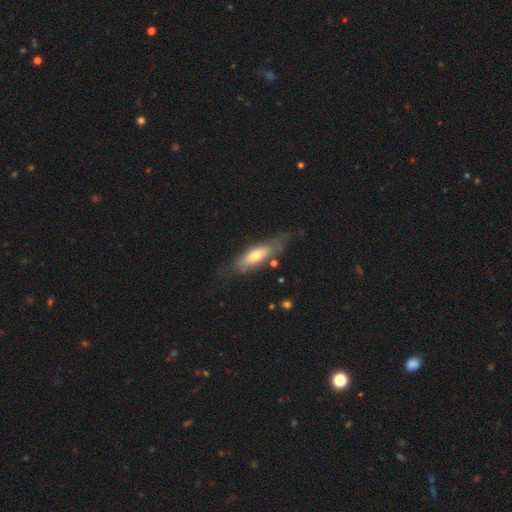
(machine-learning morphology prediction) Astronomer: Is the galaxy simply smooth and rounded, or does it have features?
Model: featured or disk — 48% (runner-up: smooth, 46%).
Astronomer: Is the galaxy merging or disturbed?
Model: none — 58%.